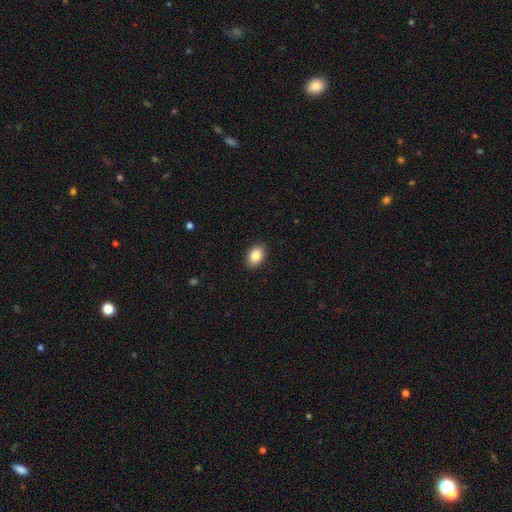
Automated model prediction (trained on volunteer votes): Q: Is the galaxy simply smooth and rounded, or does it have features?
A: smooth — 86%.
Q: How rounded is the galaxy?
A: in between — 84%.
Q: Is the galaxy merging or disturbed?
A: none — 90%.